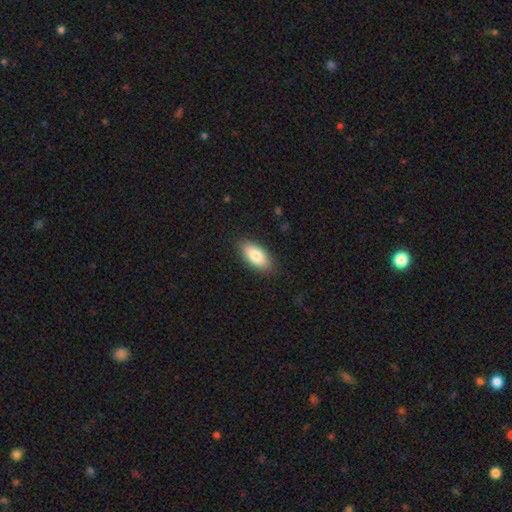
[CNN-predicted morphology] Q: Smooth or featured?
A: smooth (83%); runner-up: featured or disk (11%)
Q: How rounded?
A: in between (90%); runner-up: cigar-shaped (7%)
Q: Merging?
A: none (87%); runner-up: minor disturbance (10%)